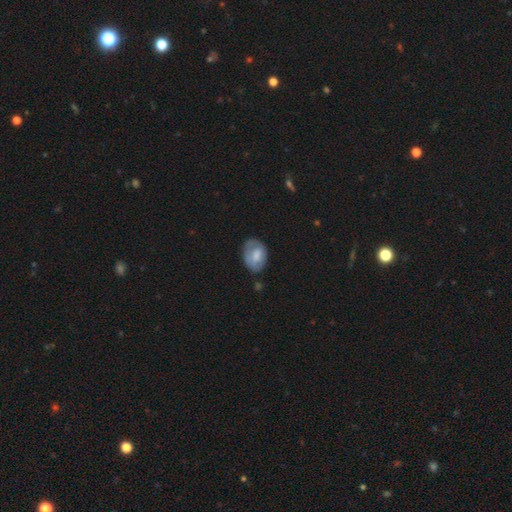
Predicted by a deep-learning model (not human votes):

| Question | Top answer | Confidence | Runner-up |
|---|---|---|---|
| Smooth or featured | smooth | 62% | featured or disk (32%) |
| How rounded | in between | 80% | round (18%) |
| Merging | none | 58% | minor disturbance (29%) |